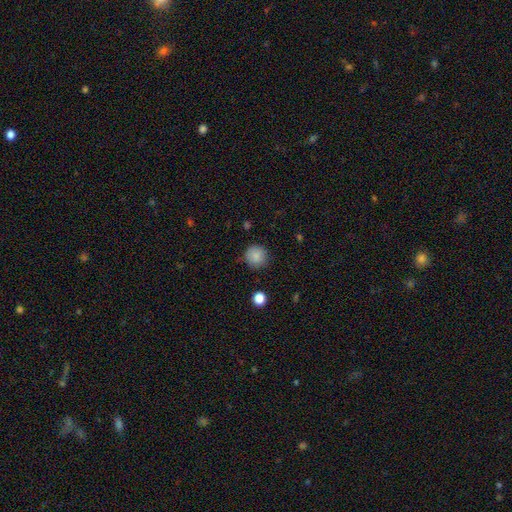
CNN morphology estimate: type=smooth (86%); roundness=round (95%); merging=none (87%).